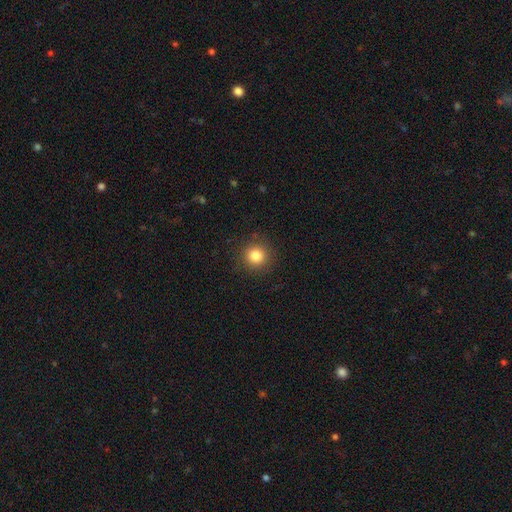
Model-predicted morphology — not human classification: Smooth or featured? smooth (83%)
How rounded? round (93%)
Merging? none (90%)